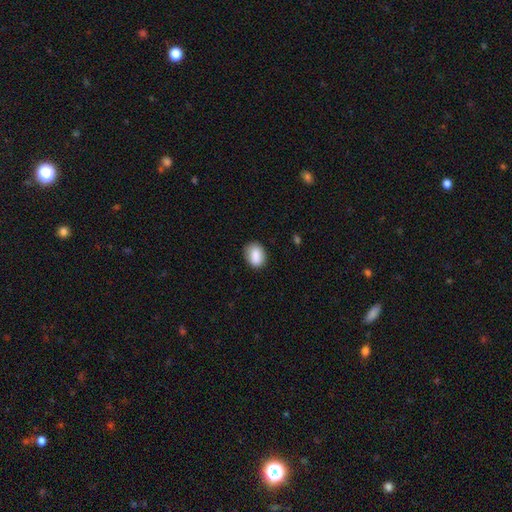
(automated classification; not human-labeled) smooth_or_featured: smooth (p=0.86) [alt: star or artifact p=0.08]
how_rounded: in between (p=0.69) [alt: round p=0.29]
merging: none (p=0.81) [alt: minor disturbance p=0.14]